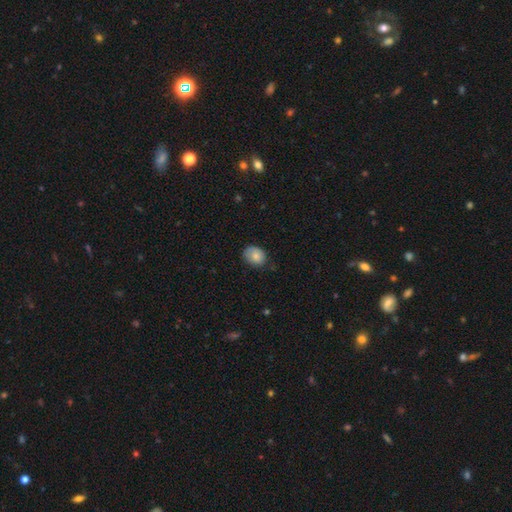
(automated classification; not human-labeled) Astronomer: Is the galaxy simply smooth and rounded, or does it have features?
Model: smooth — 80%.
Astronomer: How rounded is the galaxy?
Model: in between — 55% (runner-up: round, 44%).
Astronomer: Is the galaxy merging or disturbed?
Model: none — 66%.